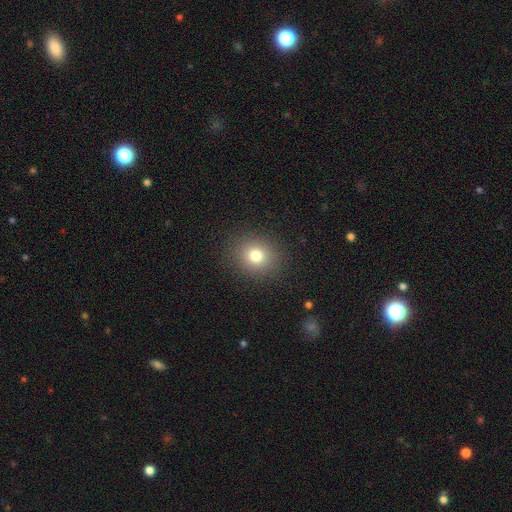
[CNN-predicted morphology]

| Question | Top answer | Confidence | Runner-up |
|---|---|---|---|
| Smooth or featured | smooth | 77% | star or artifact (14%) |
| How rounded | round | 75% | in between (24%) |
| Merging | none | 89% | minor disturbance (7%) |